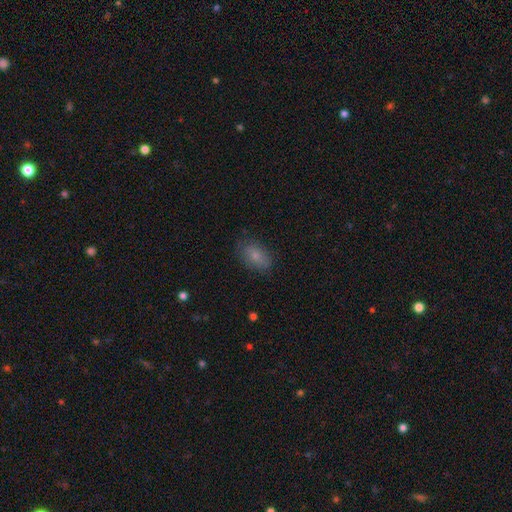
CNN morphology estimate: type=smooth (78%); roundness=in between (88%); merging=none (76%).